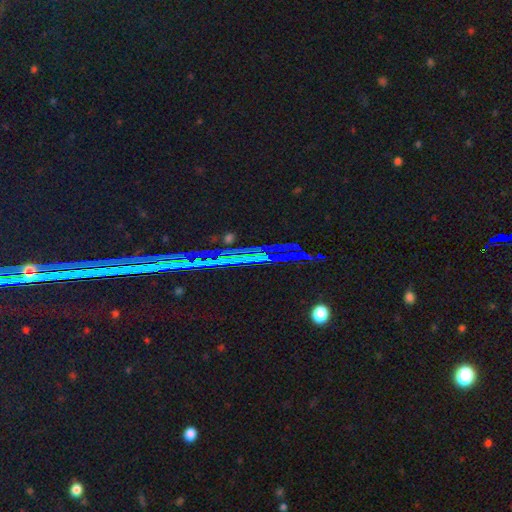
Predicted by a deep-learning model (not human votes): Q: Smooth or featured?
A: star or artifact (77%); runner-up: featured or disk (12%)